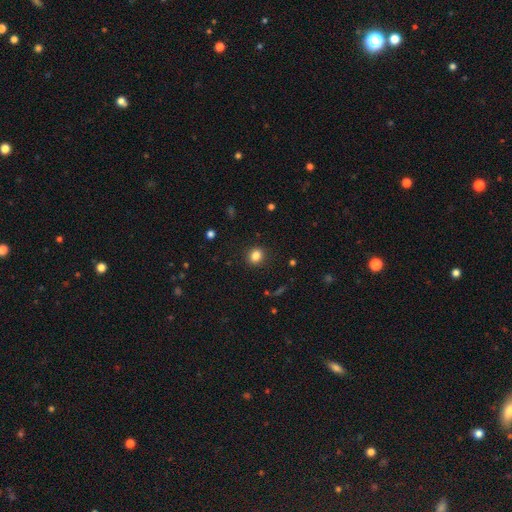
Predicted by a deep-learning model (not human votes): Q: Smooth or featured?
A: smooth (84%); runner-up: star or artifact (11%)
Q: How rounded?
A: round (68%); runner-up: in between (31%)
Q: Merging?
A: none (89%); runner-up: minor disturbance (7%)